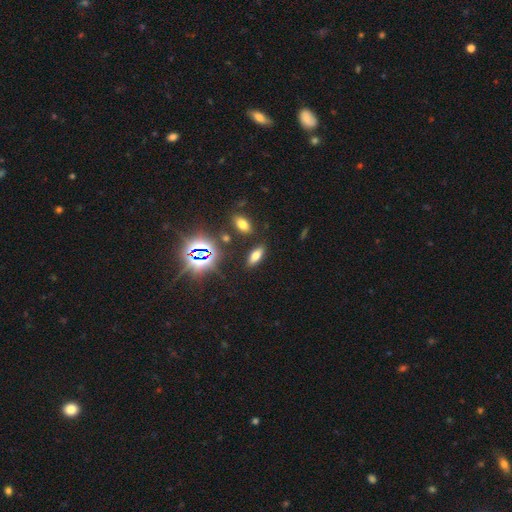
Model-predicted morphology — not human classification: Smooth or featured?
  - smooth: 60% *
  - star or artifact: 25%
  - featured or disk: 15%
How rounded?
  - in between: 74% *
  - cigar-shaped: 20%
  - round: 6%
Merging?
  - none: 85% *
  - minor disturbance: 8%
  - merger: 3%
  - major disturbance: 3%